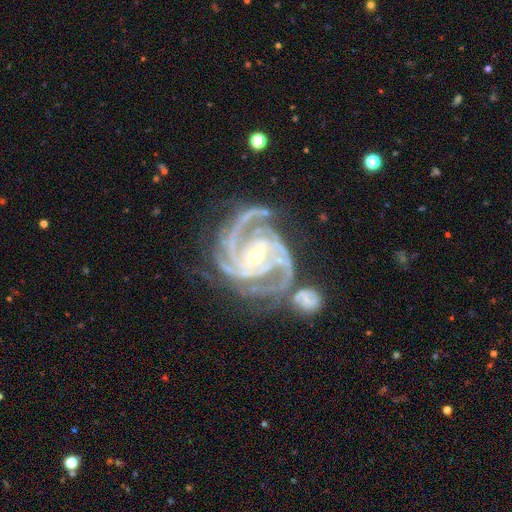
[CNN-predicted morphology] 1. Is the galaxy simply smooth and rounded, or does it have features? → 94% featured or disk, 4% star or artifact, 2% smooth.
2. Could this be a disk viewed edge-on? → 98% no, 2% yes.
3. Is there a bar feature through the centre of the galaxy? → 38% strong, 37% weak, 26% no.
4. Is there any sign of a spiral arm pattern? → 99% yes, 1% no.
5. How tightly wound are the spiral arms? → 60% tight, 36% medium, 4% loose.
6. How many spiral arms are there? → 43% 3, 25% 4, 13% 2, 7% can't tell, 6% more than 4, 6% 1.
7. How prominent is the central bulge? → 69% small, 28% moderate, 1% large, 1% none, 1% dominant.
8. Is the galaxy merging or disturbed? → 56% none, 20% minor disturbance, 13% major disturbance, 11% merger.